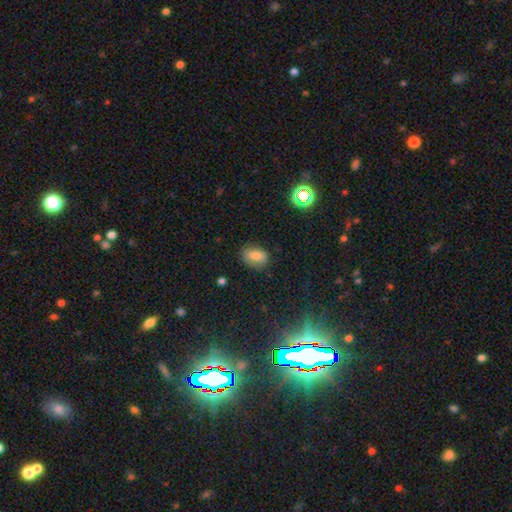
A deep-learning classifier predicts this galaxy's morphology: A smooth galaxy with no disk features (75%) that is in between round and cigar-shaped (74%). Merging: none (76%).